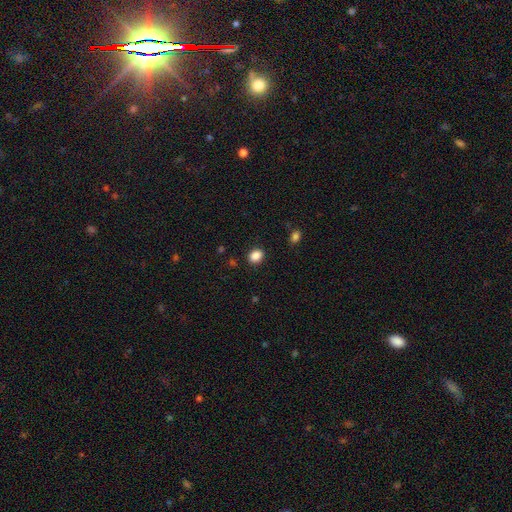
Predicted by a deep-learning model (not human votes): A smooth galaxy with no disk features (87%) that is in between round and cigar-shaped (55%). Merging: none (87%).